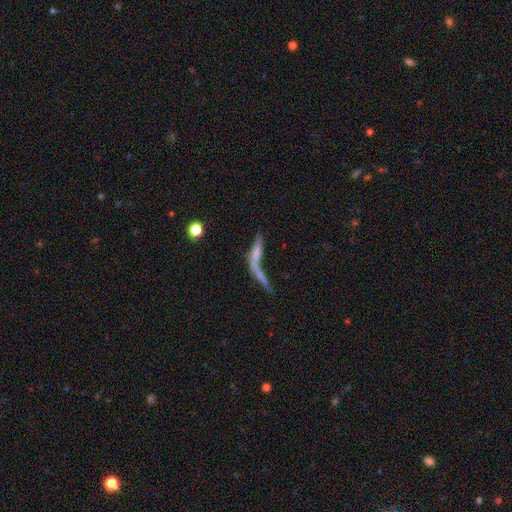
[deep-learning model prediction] This is possibly a smooth galaxy (46%). Merging: possibly merger (54%).